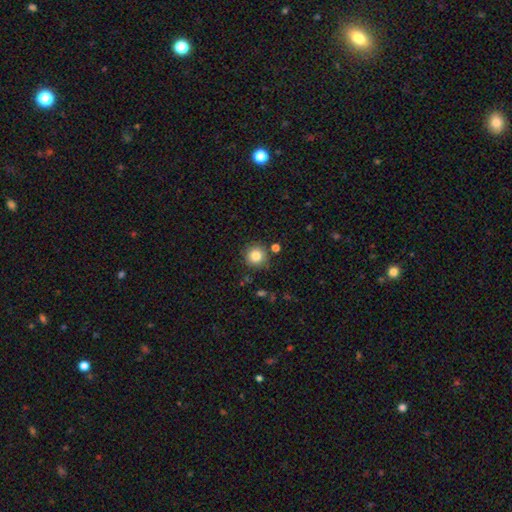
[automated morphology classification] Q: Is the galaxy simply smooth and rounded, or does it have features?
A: smooth — 84%.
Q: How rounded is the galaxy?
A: round — 94%.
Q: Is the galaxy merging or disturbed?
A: none — 84%.